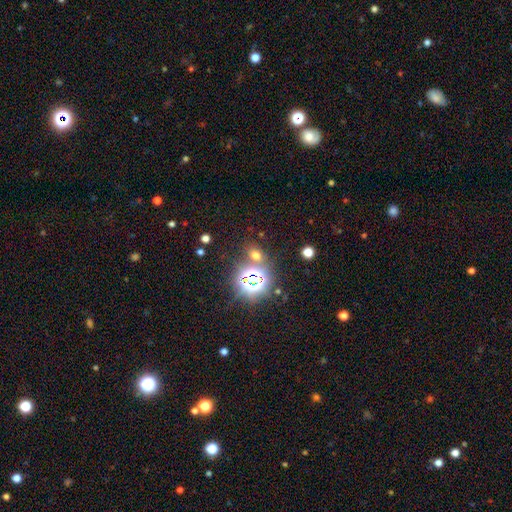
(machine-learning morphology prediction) smooth_or_featured: smooth (p=0.49) [alt: star or artifact p=0.43]
merging: none (p=0.76) [alt: merger p=0.11]